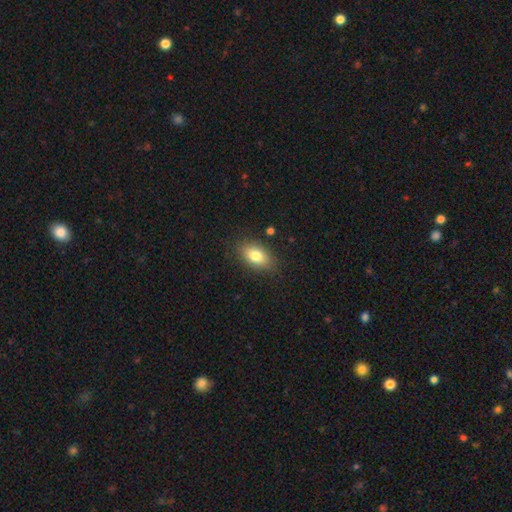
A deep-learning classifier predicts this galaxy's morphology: This appears to be a smooth galaxy with no disk features (80%) that is in between round and cigar-shaped (88%). Merging: none (84%).